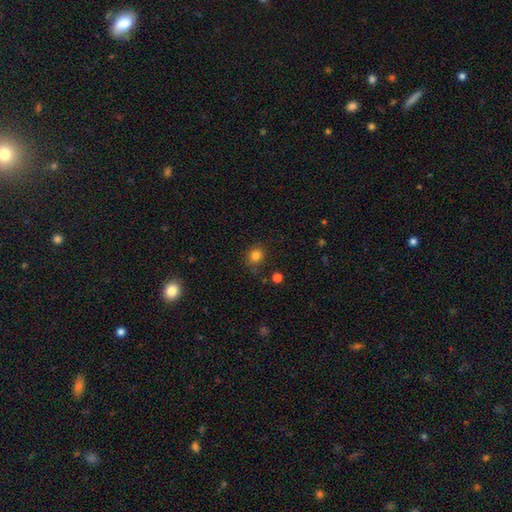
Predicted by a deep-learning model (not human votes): Smooth or featured? smooth (82%)
How rounded? round (75%)
Merging? none (78%)